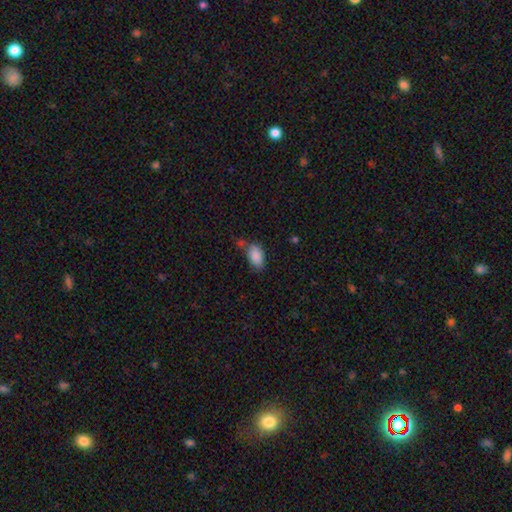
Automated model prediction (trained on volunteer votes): smooth_or_featured: smooth (p=0.87) [alt: star or artifact p=0.07]
how_rounded: in between (p=0.93) [alt: round p=0.05]
merging: none (p=0.59) [alt: minor disturbance p=0.23]